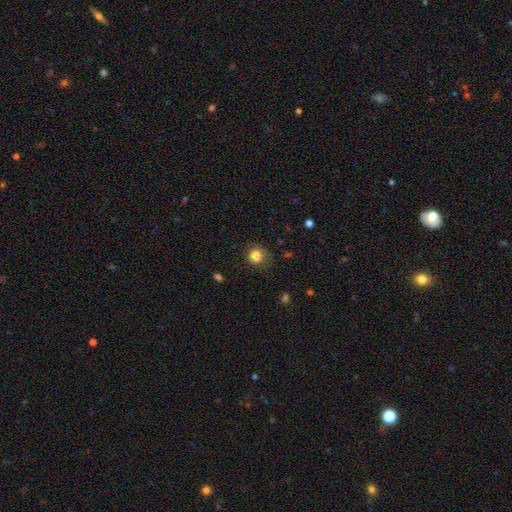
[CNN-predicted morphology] A smooth galaxy with no disk features (83%) that is round (84%).

Vote fractions:
- Smooth or featured? smooth: 83% / star or artifact: 11% / featured or disk: 6%
- How rounded? round: 84% / in between: 15% / cigar-shaped: 1%
- Merging? none: 75% / minor disturbance: 18% / major disturbance: 6% / merger: 1%